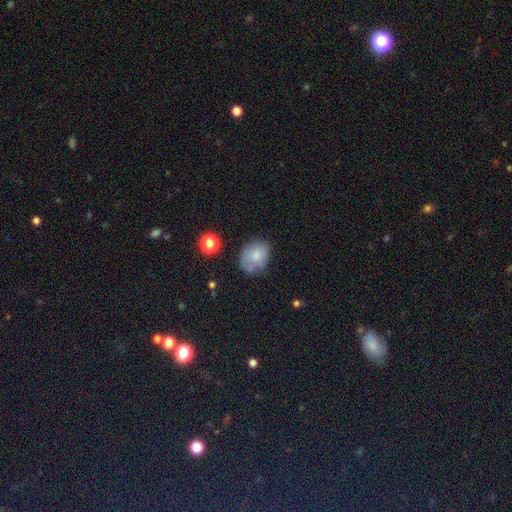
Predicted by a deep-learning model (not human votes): Morphology: type=smooth (71%); roundness=round (56%); merging=none (59%).